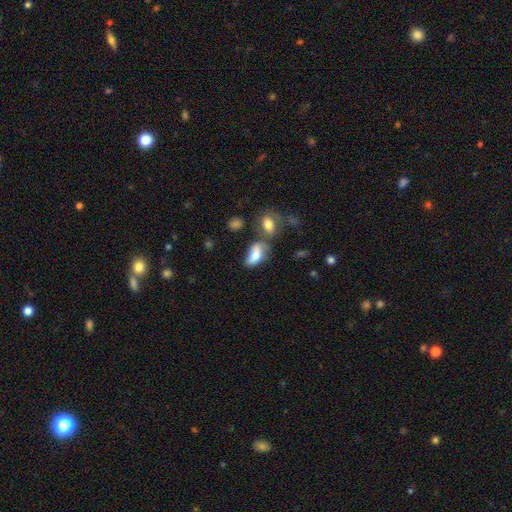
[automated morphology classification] A smooth galaxy with no disk features (70%) that is in between round and cigar-shaped (90%).

Vote fractions:
- Smooth or featured? smooth: 70% / featured or disk: 22% / star or artifact: 8%
- How rounded? in between: 90% / cigar-shaped: 6% / round: 5%
- Merging? none: 42% / minor disturbance: 24% / merger: 22% / major disturbance: 13%